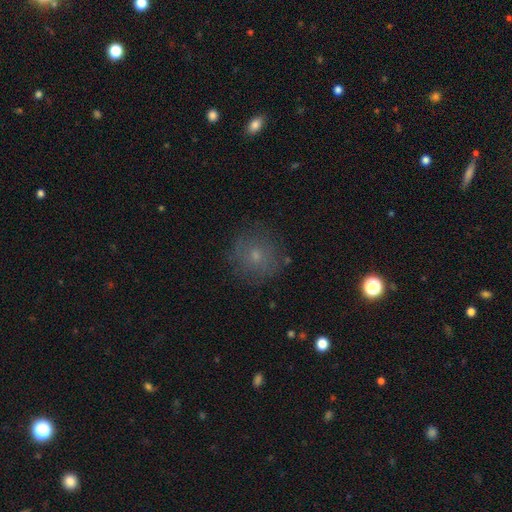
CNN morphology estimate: smooth_or_featured: smooth (p=0.61) [alt: featured or disk p=0.22]
how_rounded: round (p=0.91) [alt: in between p=0.08]
merging: none (p=0.81) [alt: minor disturbance p=0.12]